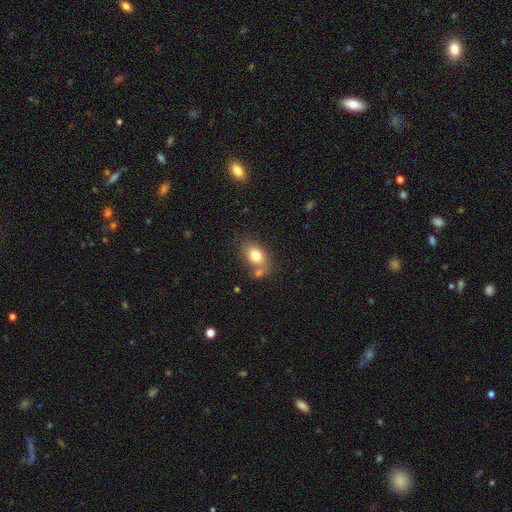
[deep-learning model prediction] Morphology: type=smooth (79%); roundness=in between (78%); merging=none (57%).